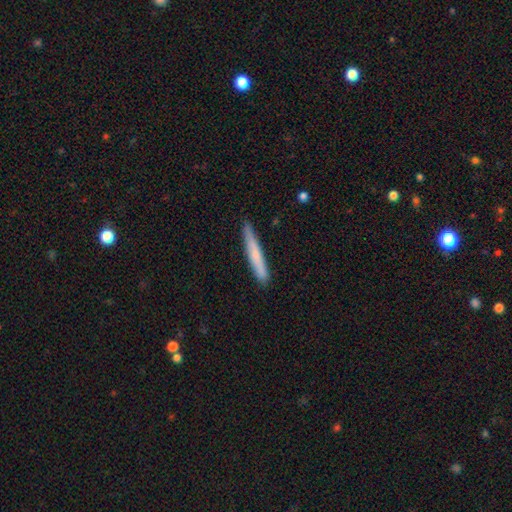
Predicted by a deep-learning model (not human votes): A smooth galaxy with no disk features (65%) that is cigar-shaped (95%). Merging: none (86%).